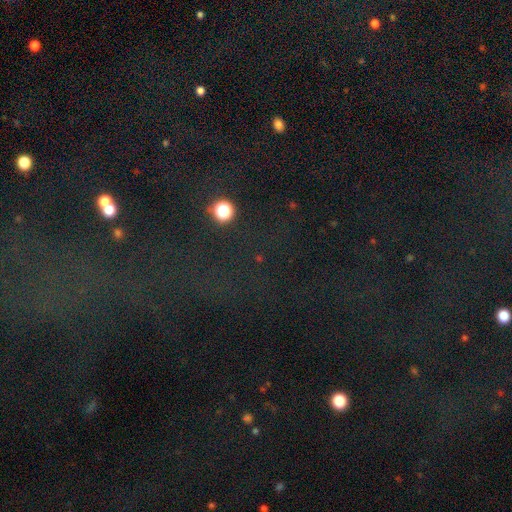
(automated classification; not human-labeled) smooth-or-featured: star or artifact: 76% | smooth: 14% | featured or disk: 9%